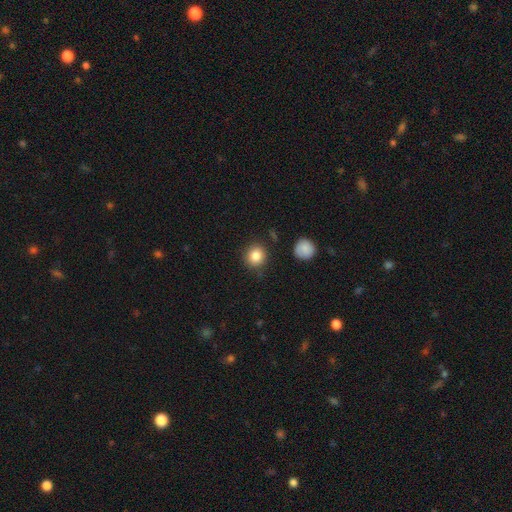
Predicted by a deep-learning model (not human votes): Smooth or featured?
  - smooth: 85% *
  - star or artifact: 10%
  - featured or disk: 6%
How rounded?
  - round: 87% *
  - in between: 13%
  - cigar-shaped: 1%
Merging?
  - none: 86% *
  - minor disturbance: 9%
  - major disturbance: 3%
  - merger: 2%